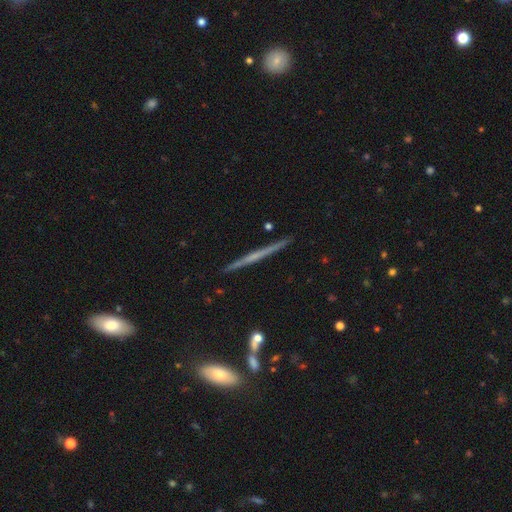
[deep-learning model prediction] A featured or disk galaxy (66%) viewed edge-on (98%) with no central bulge (66%).

Vote fractions:
- Smooth or featured? featured or disk: 66% / smooth: 26% / star or artifact: 7%
- Edge-on disk? yes: 98% / no: 2%
- Edge-on bulge? none: 66% / rounded: 25% / boxy: 9%
- Merging? none: 90% / minor disturbance: 7% / merger: 2% / major disturbance: 1%